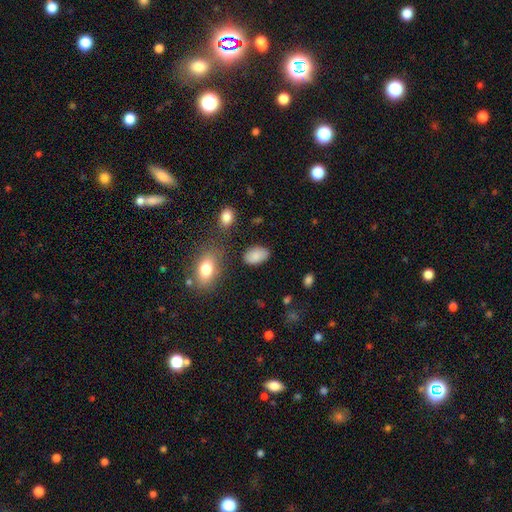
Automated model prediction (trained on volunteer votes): smooth-or-featured: smooth: 86% | star or artifact: 8% | featured or disk: 6%
  how-rounded: in between: 92% | round: 6% | cigar-shaped: 1%
  merging: none: 81% | minor disturbance: 13% | major disturbance: 3% | merger: 3%